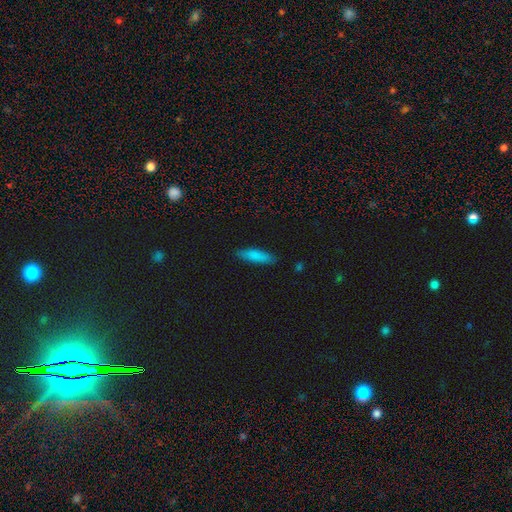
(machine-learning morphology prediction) A smooth galaxy with no disk features (84%) that is cigar-shaped (60%). Merging: none (86%).